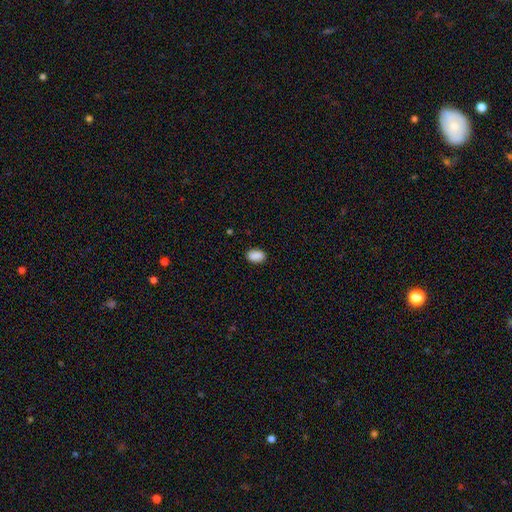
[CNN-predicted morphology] type=smooth (89%); roundness=in between (89%); merging=none (87%).